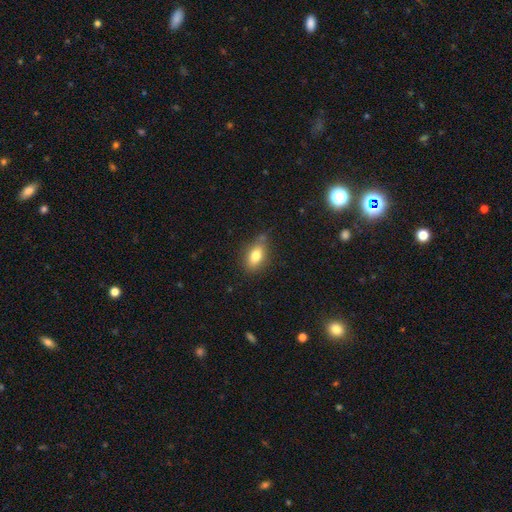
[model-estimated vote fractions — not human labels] smooth-or-featured: smooth: 79% | featured or disk: 12% | star or artifact: 9%
  how-rounded: in between: 85% | round: 10% | cigar-shaped: 6%
  merging: none: 71% | minor disturbance: 21% | major disturbance: 4% | merger: 4%